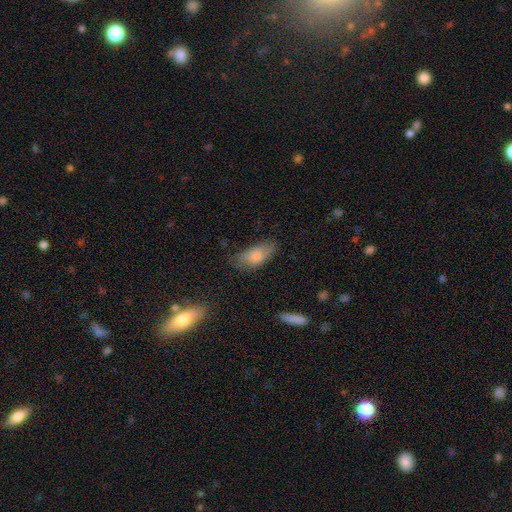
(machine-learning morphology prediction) A smooth galaxy with no disk features (79%) that is in between round and cigar-shaped (88%). Merging: none (56%).